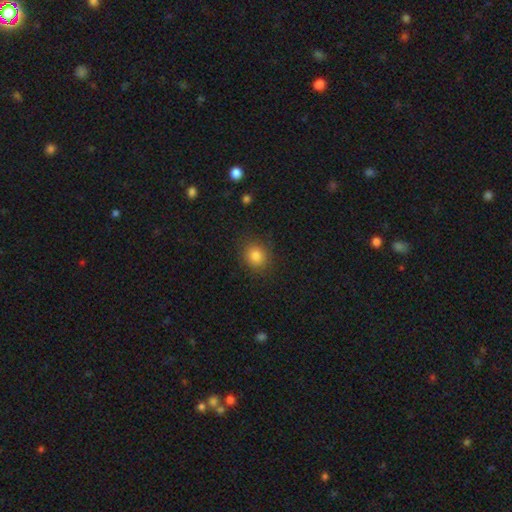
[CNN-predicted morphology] Smooth or featured?
  - smooth: 84% *
  - star or artifact: 11%
  - featured or disk: 5%
How rounded?
  - round: 77% *
  - in between: 22%
  - cigar-shaped: 1%
Merging?
  - none: 87% *
  - minor disturbance: 9%
  - major disturbance: 3%
  - merger: 1%